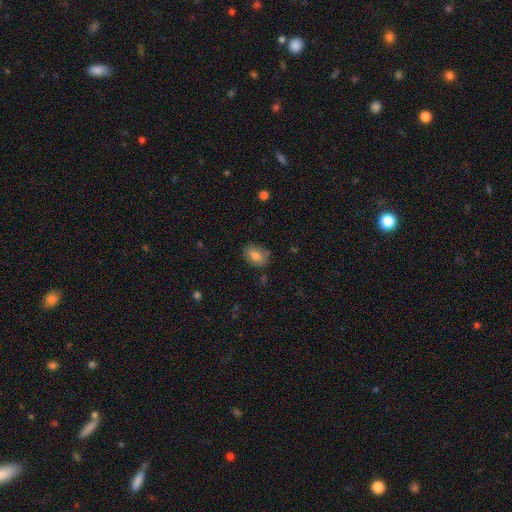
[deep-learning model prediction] Smooth or featured? smooth (78%)
How rounded? in between (75%)
Merging? none (75%)